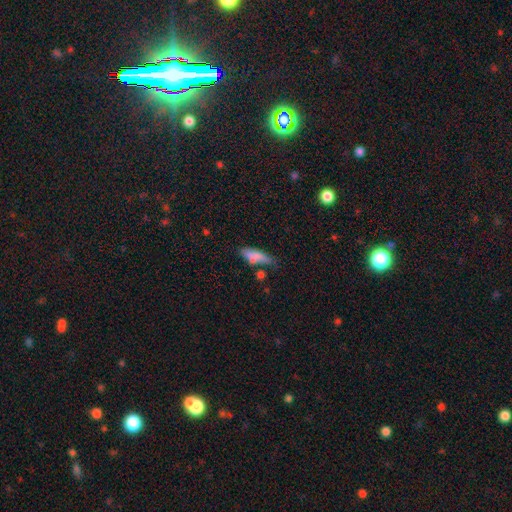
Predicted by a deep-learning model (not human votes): smooth-or-featured: smooth: 75% | featured or disk: 16% | star or artifact: 9%
  how-rounded: cigar-shaped: 52% | in between: 45% | round: 3%
  merging: none: 60% | minor disturbance: 21% | merger: 12% | major disturbance: 7%